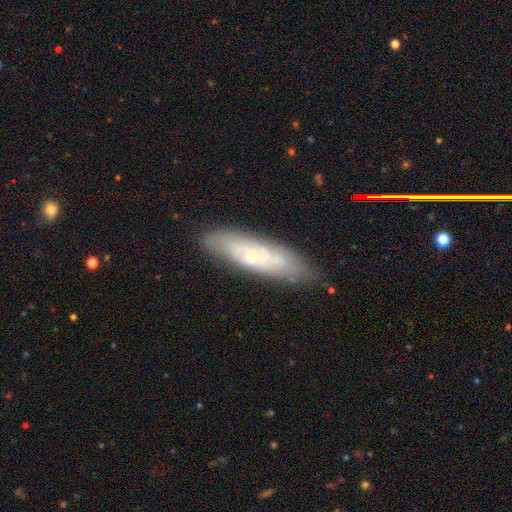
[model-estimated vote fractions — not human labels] Morphology: type=featured or disk (53%); edge-on=no (72%); merging=none (76%).